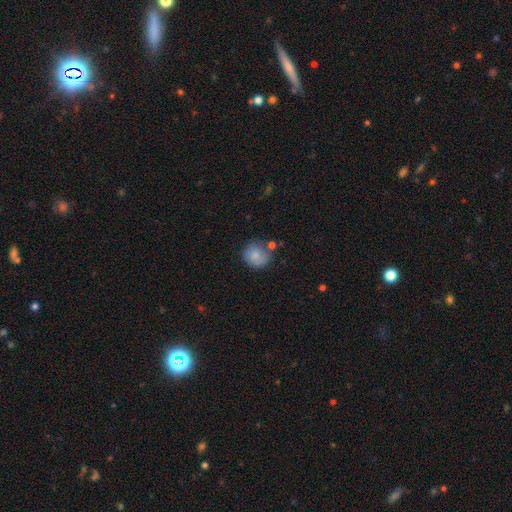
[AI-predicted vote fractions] A smooth galaxy with no disk features (79%) that is round (83%). Merging: none (61%).